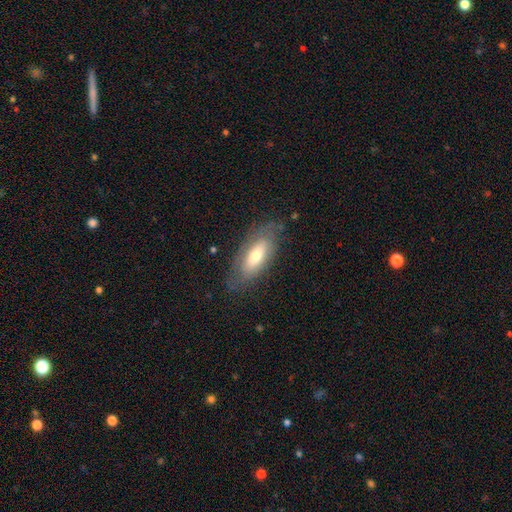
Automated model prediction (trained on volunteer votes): This is possibly a smooth galaxy (55%). How rounded: likely in between (79%). Merging: likely none (75%).